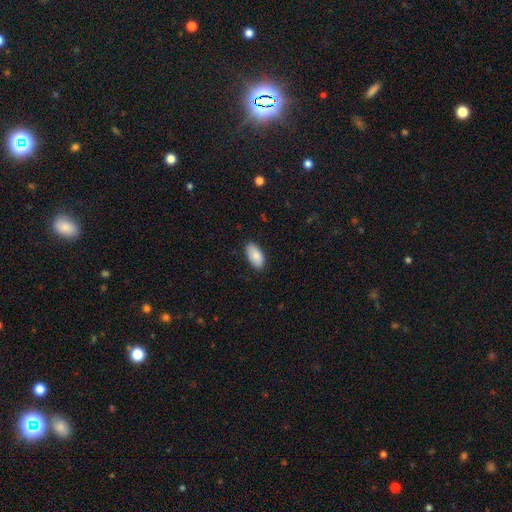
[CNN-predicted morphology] This appears to be a smooth galaxy with no disk features (85%) that is in between round and cigar-shaped (95%). Merging: none (84%).